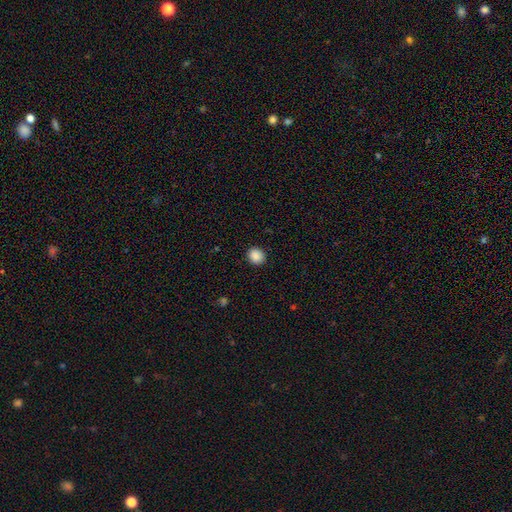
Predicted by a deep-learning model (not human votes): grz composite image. It shows a smooth galaxy with no disk features (88%) that is round (77%). Merging: none (90%).